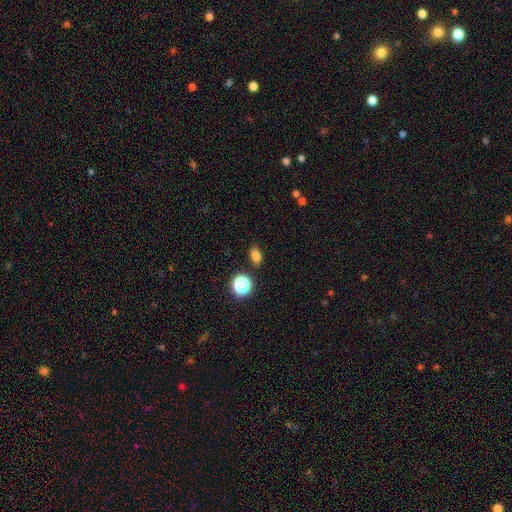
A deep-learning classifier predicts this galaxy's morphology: Smooth or featured? smooth (79%)
How rounded? in between (77%)
Merging? none (83%)